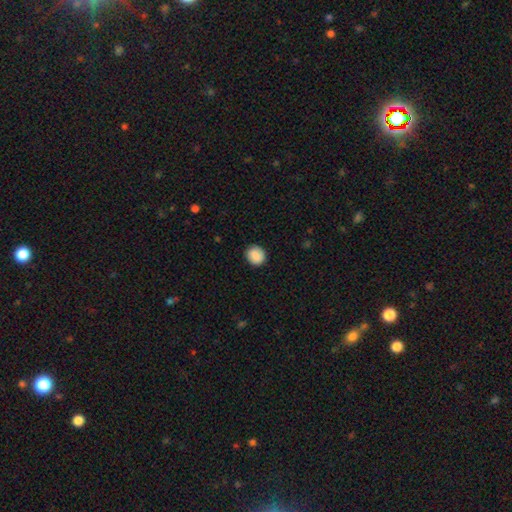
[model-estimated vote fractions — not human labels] Smooth or featured: smooth — 86% (star or artifact — 7%)
How rounded: round — 79% (in between — 20%)
Merging: none — 87% (minor disturbance — 10%)